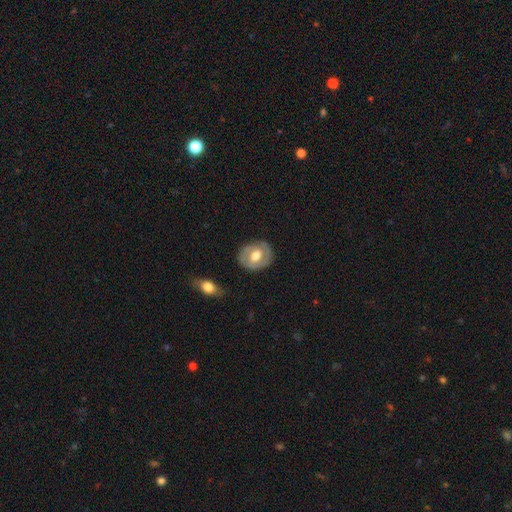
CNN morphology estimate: This appears to be a featured or disk galaxy (56%) with no bar (54%), no spiral arms (58%) and a moderate central bulge (64%). Merging: none (81%).